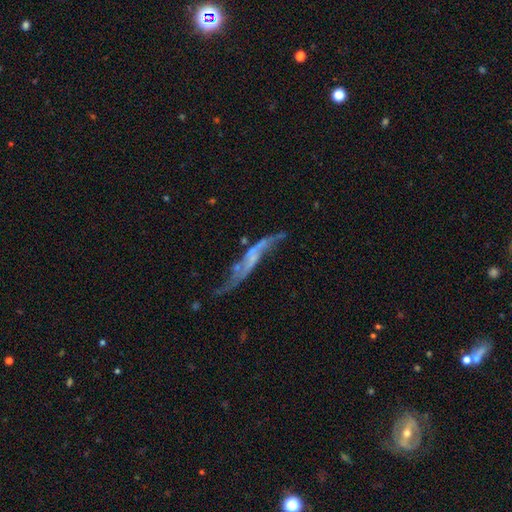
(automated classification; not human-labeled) Smooth or featured?
  - featured or disk: 69% *
  - smooth: 19%
  - star or artifact: 13%
Edge-on disk?
  - yes: 52% *
  - no: 48%
Merging?
  - none: 51% *
  - minor disturbance: 22%
  - major disturbance: 20%
  - merger: 7%